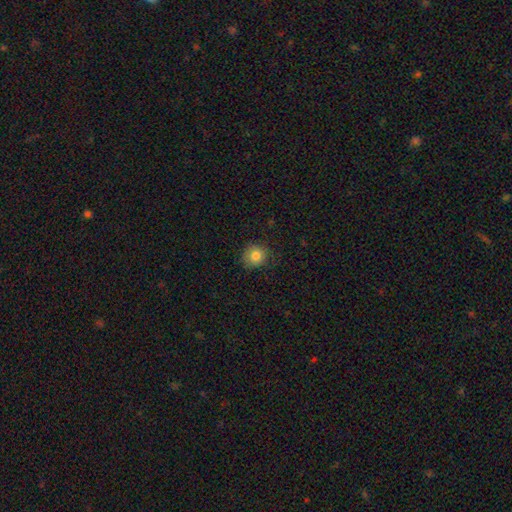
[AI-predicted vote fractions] smooth-or-featured: smooth: 83% | star or artifact: 10% | featured or disk: 7%
  how-rounded: round: 85% | in between: 14% | cigar-shaped: 1%
  merging: none: 83% | minor disturbance: 13% | major disturbance: 3% | merger: 1%